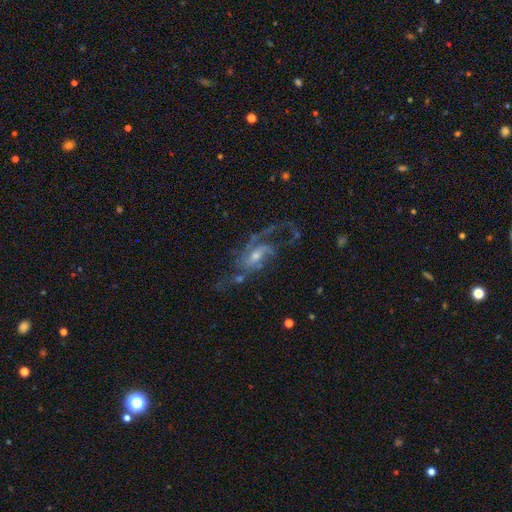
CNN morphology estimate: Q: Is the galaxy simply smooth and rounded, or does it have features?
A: featured or disk — 84%.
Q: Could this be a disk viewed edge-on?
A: no — 95%.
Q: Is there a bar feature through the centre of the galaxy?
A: no — 45%.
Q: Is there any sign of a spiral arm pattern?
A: yes — 92%.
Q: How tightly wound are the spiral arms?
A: medium — 43%.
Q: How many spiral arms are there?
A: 2 — 45%.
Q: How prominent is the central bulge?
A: small — 50%.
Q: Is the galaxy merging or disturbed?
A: none — 48%.